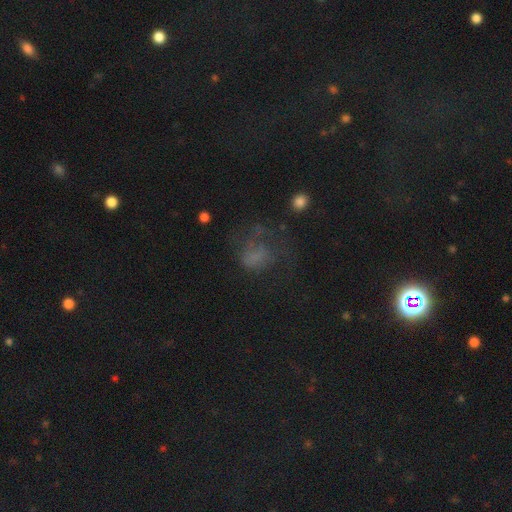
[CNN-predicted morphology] Smooth or featured? Predicted: smooth (p=0.47). Merging? Predicted: major disturbance (p=0.44).